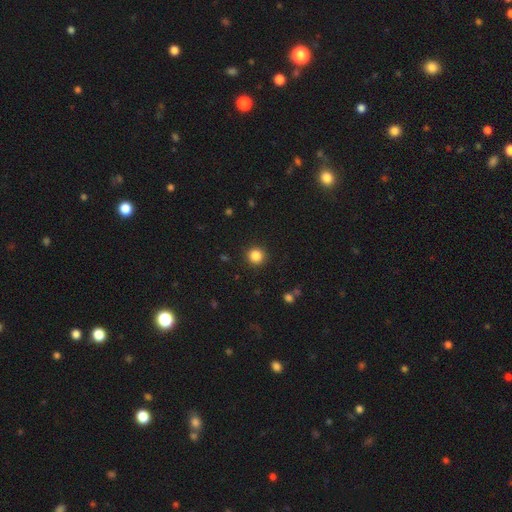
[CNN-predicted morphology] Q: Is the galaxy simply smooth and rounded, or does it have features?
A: smooth — 85%.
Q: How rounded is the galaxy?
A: round — 95%.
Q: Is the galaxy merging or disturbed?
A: none — 92%.